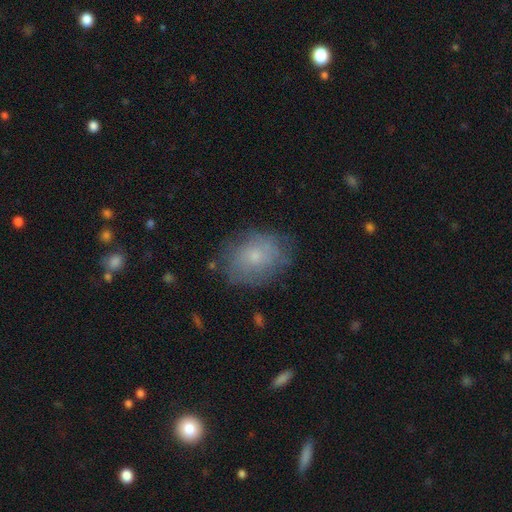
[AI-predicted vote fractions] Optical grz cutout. It shows a smooth galaxy with no disk features (60%) that is in between round and cigar-shaped (60%). Merging: none (71%).